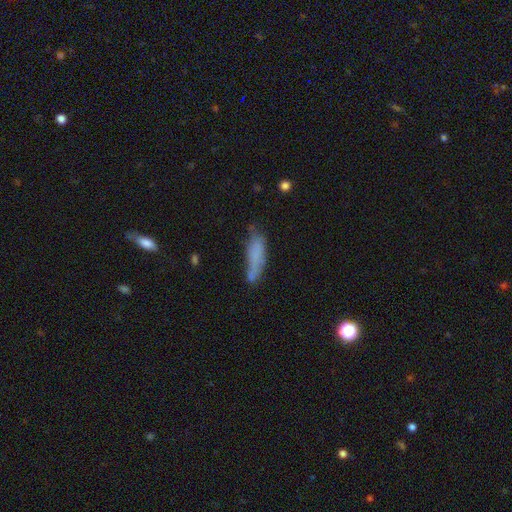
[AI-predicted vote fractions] smooth-or-featured: smooth: 72% | featured or disk: 19% | star or artifact: 10%
  how-rounded: cigar-shaped: 65% | in between: 32% | round: 2%
  merging: none: 48% | minor disturbance: 30% | major disturbance: 14% | merger: 8%